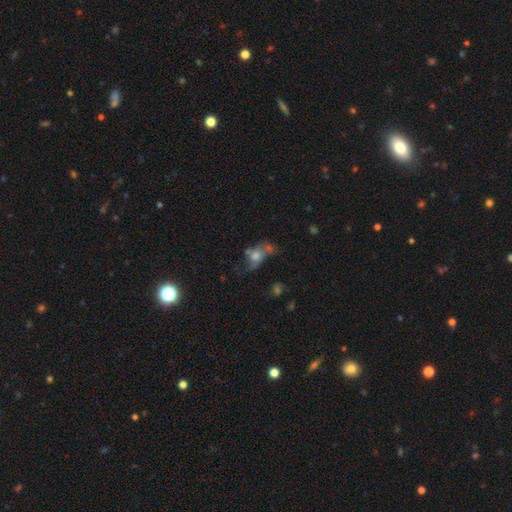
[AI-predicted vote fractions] Overall: smooth (47%; featured or disk 39%). Merging: none (31%; merger 25%).